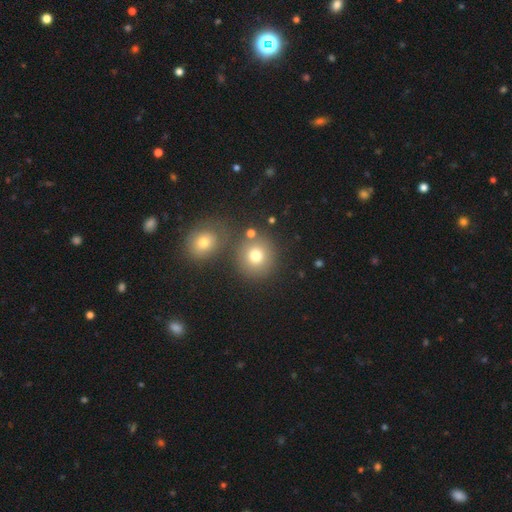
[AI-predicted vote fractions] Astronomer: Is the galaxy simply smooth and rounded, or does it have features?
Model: smooth — 76%.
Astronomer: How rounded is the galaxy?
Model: round — 89%.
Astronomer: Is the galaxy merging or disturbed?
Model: none — 72%.